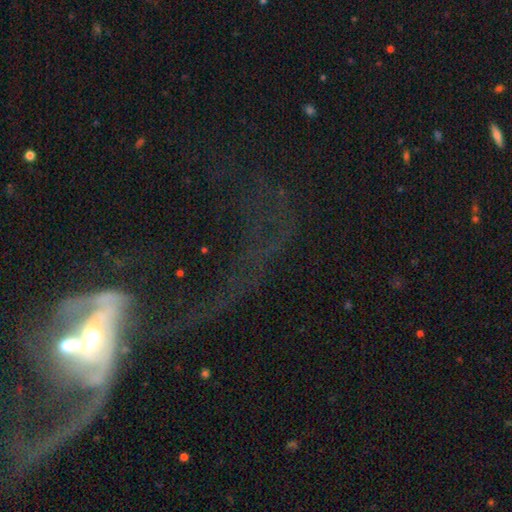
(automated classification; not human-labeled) Smooth or featured?
  - featured or disk: 64% *
  - smooth: 19%
  - star or artifact: 17%
Edge-on disk?
  - no: 88% *
  - yes: 12%
Bar?
  - no: 57% *
  - weak: 25%
  - strong: 18%
Spiral arms?
  - yes: 54% *
  - no: 46%
Bulge size?
  - moderate: 50% *
  - small: 34%
  - large: 7%
  - none: 5%
  - dominant: 3%
Merging?
  - major disturbance: 41% *
  - merger: 38%
  - none: 14%
  - minor disturbance: 8%